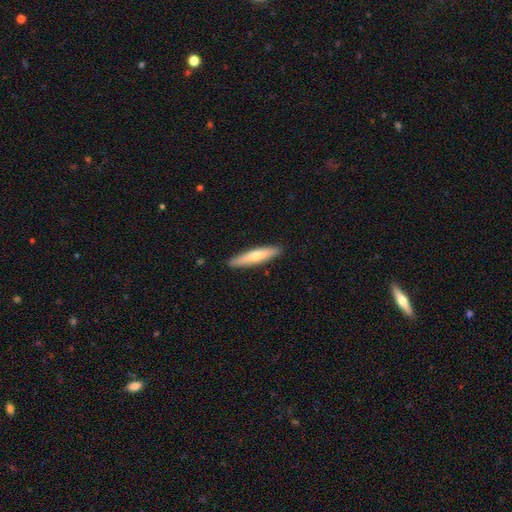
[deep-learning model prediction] Smooth or featured? smooth (63%)
How rounded? cigar-shaped (88%)
Merging? none (90%)